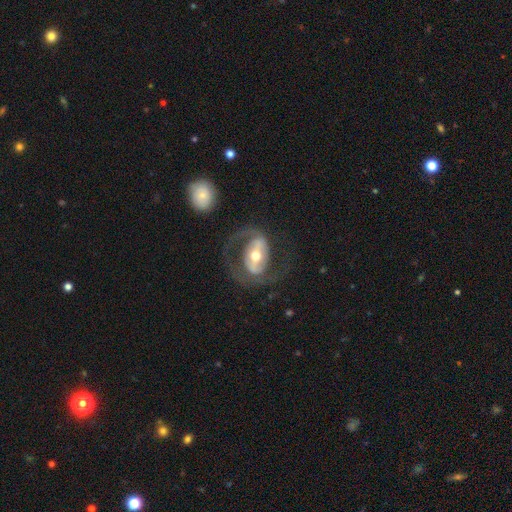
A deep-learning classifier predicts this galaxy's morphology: A featured or disk galaxy (82%) with a strong bar (49%), 2 (84%) medium (52%) spiral arms (83%) and a moderate central bulge (70%).

Vote fractions:
- Smooth or featured? featured or disk: 82% / smooth: 13% / star or artifact: 5%
- Edge-on disk? no: 96% / yes: 4%
- Bar? strong: 49% / weak: 31% / no: 20%
- Spiral arms? yes: 83% / no: 17%
- Spiral winding? medium: 52% / loose: 28% / tight: 20%
- Spiral arm count? 2: 84% / 1: 7% / can't tell: 5% / 3: 1% / 4: 1% / more than 4: 1%
- Bulge size? moderate: 70% / small: 19% / large: 9% / dominant: 1% / none: 1%
- Merging? none: 63% / major disturbance: 21% / minor disturbance: 14% / merger: 2%